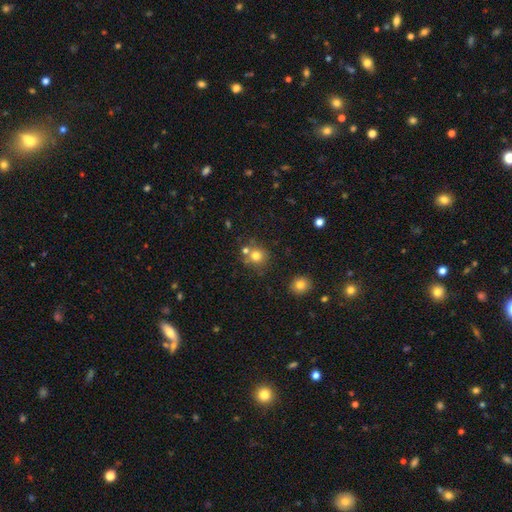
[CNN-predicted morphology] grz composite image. It shows a smooth galaxy with no disk features (76%) that is round (88%). Merging: none (64%).